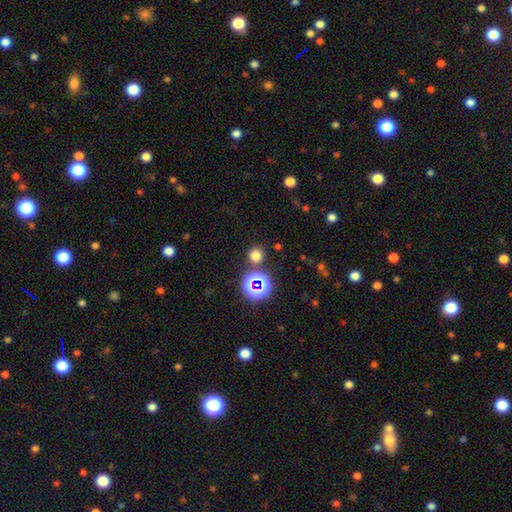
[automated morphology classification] type=smooth (70%); roundness=round (91%); merging=none (84%).